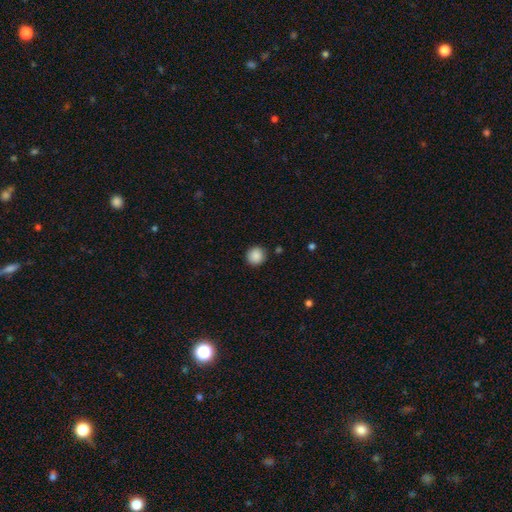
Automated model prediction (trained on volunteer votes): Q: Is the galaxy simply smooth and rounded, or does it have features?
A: smooth — 88%.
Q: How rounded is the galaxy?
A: round — 92%.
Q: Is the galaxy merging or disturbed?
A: none — 90%.